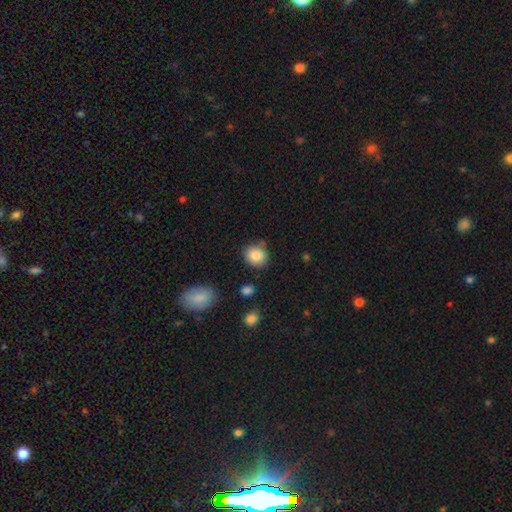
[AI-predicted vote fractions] Smooth or featured?
  - smooth: 85% *
  - star or artifact: 8%
  - featured or disk: 6%
How rounded?
  - round: 79% *
  - in between: 20%
  - cigar-shaped: 1%
Merging?
  - none: 80% *
  - minor disturbance: 12%
  - merger: 5%
  - major disturbance: 3%